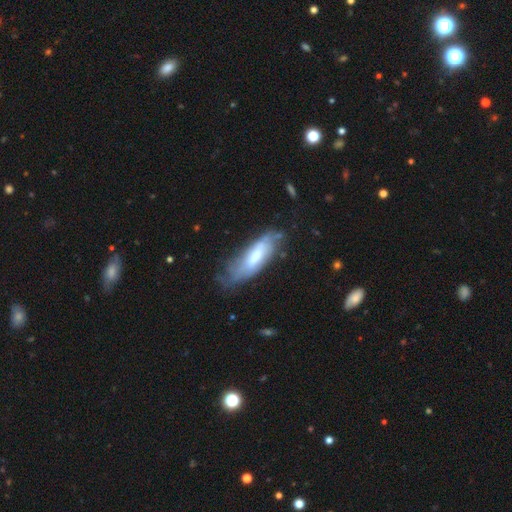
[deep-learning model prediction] This is possibly a featured or disk galaxy (49%). Merging: possibly none (52%).